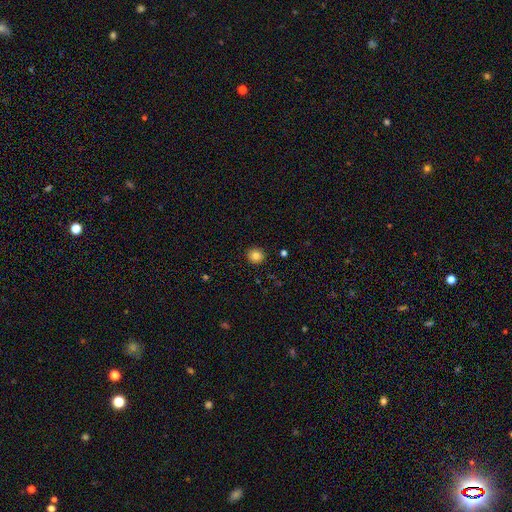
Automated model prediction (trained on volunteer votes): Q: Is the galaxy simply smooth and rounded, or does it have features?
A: smooth — 83%.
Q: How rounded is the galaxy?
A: round — 90%.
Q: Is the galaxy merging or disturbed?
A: none — 92%.